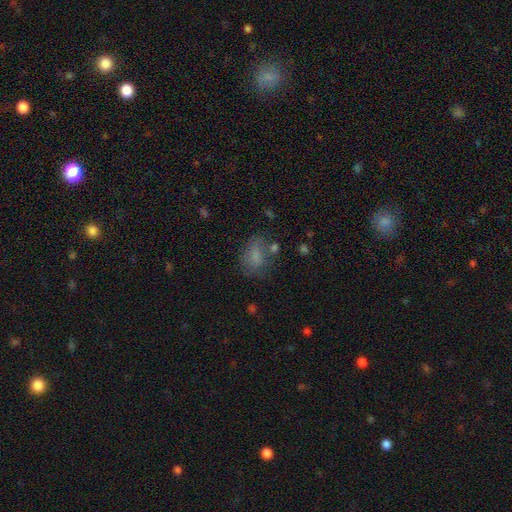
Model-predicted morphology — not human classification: Q: Smooth or featured?
A: smooth (70%); runner-up: featured or disk (16%)
Q: How rounded?
A: in between (69%); runner-up: round (29%)
Q: Merging?
A: none (54%); runner-up: minor disturbance (23%)